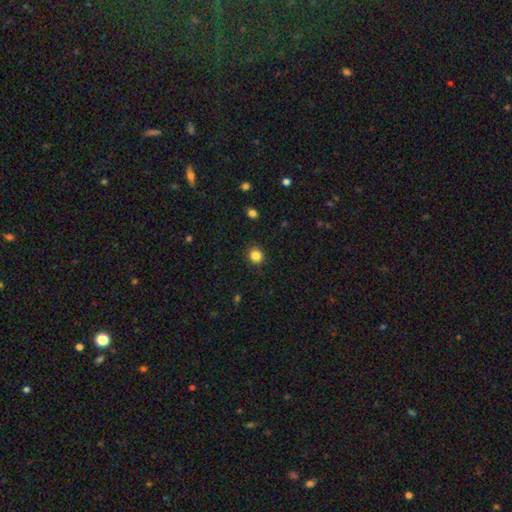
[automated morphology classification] smooth_or_featured: smooth (p=0.85) [alt: star or artifact p=0.11]
how_rounded: round (p=0.88) [alt: in between p=0.11]
merging: none (p=0.90) [alt: minor disturbance p=0.06]